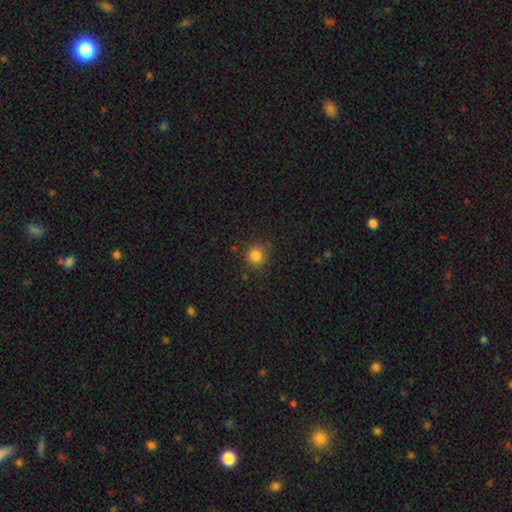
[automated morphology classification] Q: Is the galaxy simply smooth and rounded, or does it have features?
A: smooth — 83%.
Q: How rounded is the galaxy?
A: round — 90%.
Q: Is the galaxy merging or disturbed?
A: none — 84%.